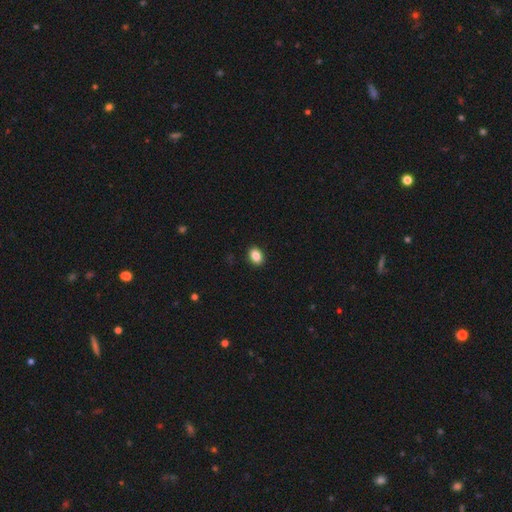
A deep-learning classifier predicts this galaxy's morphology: smooth-or-featured: smooth: 87% | star or artifact: 9% | featured or disk: 4%
  how-rounded: in between: 71% | round: 27% | cigar-shaped: 1%
  merging: none: 91% | minor disturbance: 7% | major disturbance: 2% | merger: 1%